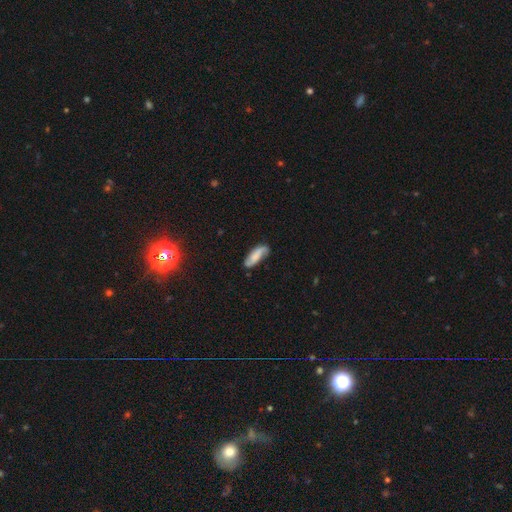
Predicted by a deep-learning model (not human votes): smooth-or-featured: smooth: 55% | featured or disk: 38% | star or artifact: 7%
  how-rounded: in between: 66% | cigar-shaped: 32% | round: 2%
  merging: none: 72% | minor disturbance: 21% | major disturbance: 5% | merger: 2%